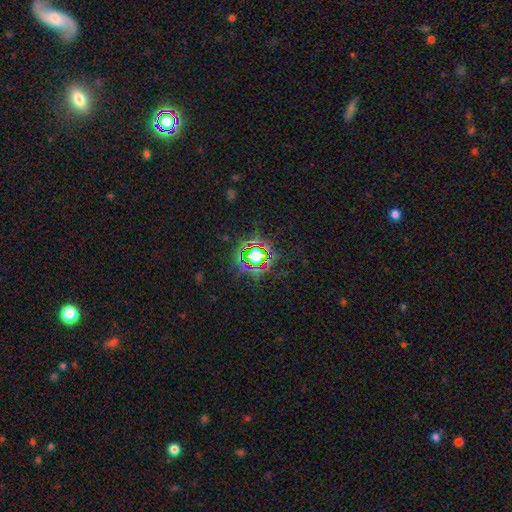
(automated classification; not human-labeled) Morphology: type=star or artifact (75%).